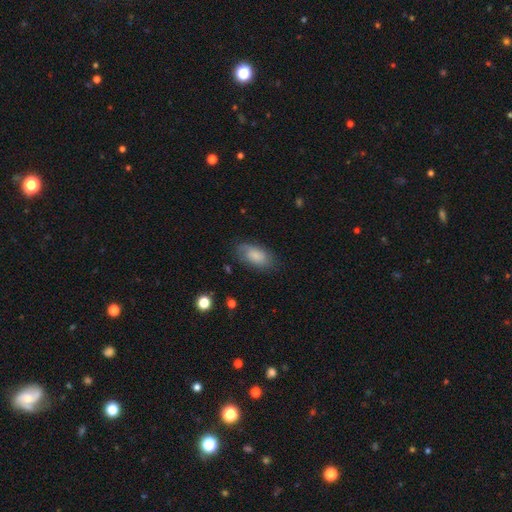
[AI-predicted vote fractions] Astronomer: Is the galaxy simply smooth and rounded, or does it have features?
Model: smooth — 70%.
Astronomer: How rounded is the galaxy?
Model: in between — 91%.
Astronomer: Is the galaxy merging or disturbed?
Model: none — 72%.